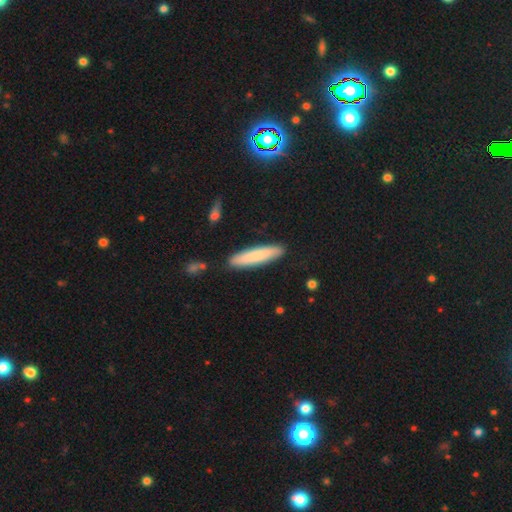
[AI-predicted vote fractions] smooth 80%, featured or disk 14%, star or artifact 6%. Down the decision tree: how rounded — cigar-shaped (85%); merging — none (88%).